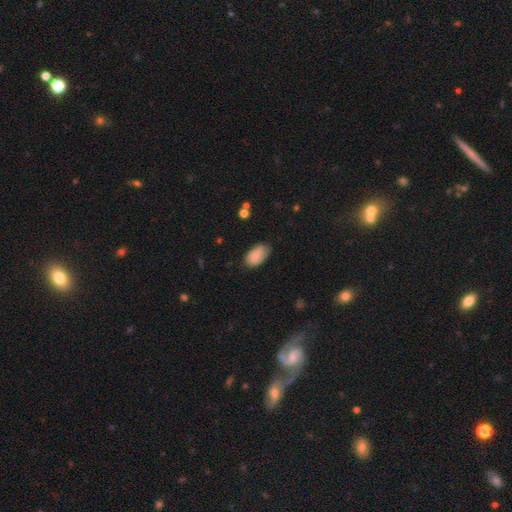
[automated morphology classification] Smooth or featured? Predicted: smooth (p=0.82). How rounded? Predicted: in between (p=0.94). Merging? Predicted: none (p=0.69).